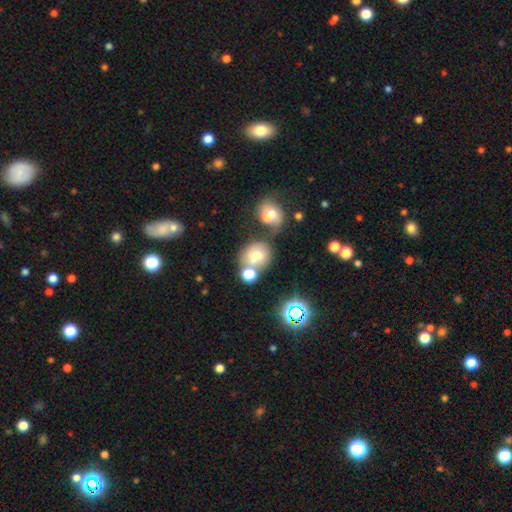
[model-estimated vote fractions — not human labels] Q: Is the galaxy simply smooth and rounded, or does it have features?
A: smooth — 66%.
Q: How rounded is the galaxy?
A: round — 70%.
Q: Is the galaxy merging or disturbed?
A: none — 46%.